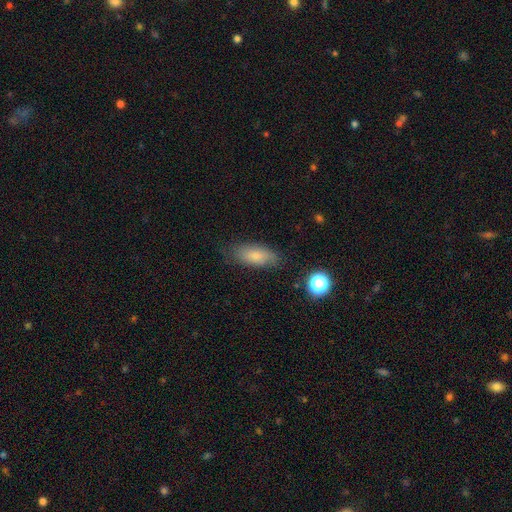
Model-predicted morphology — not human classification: smooth_or_featured: smooth (p=0.76) [alt: featured or disk p=0.15]
how_rounded: in between (p=0.84) [alt: cigar-shaped p=0.12]
merging: none (p=0.73) [alt: minor disturbance p=0.20]